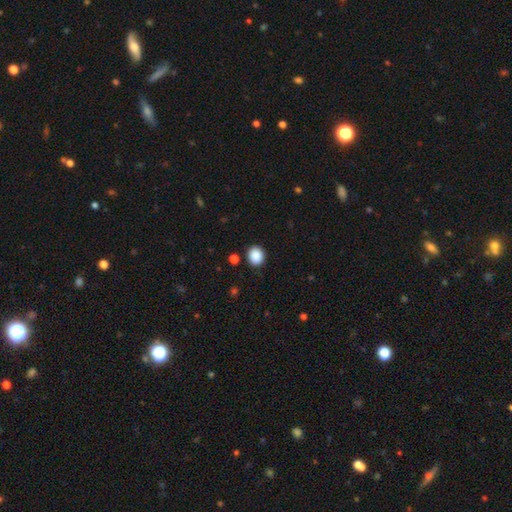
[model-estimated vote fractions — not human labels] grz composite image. It shows a smooth galaxy with no disk features (89%) that is round (77%). Merging: none (88%).